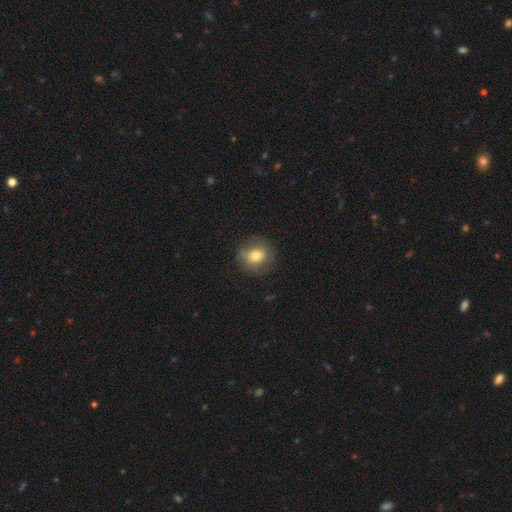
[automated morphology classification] Q: Smooth or featured?
A: smooth (71%); runner-up: featured or disk (20%)
Q: How rounded?
A: round (72%); runner-up: in between (27%)
Q: Merging?
A: none (75%); runner-up: minor disturbance (17%)